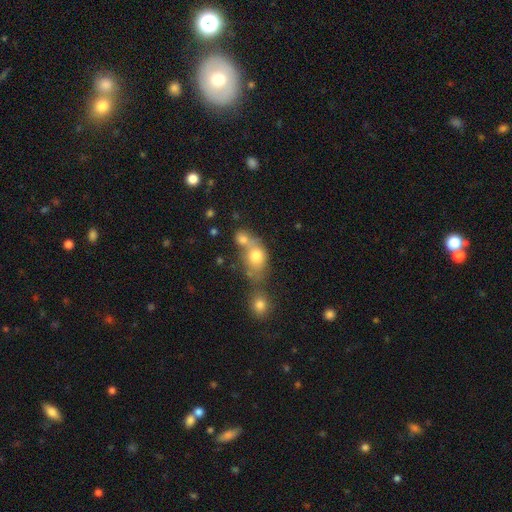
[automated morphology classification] Overall: smooth (74%). How rounded: round (51%; in between 46%). Merging: merger (57%; none 27%).